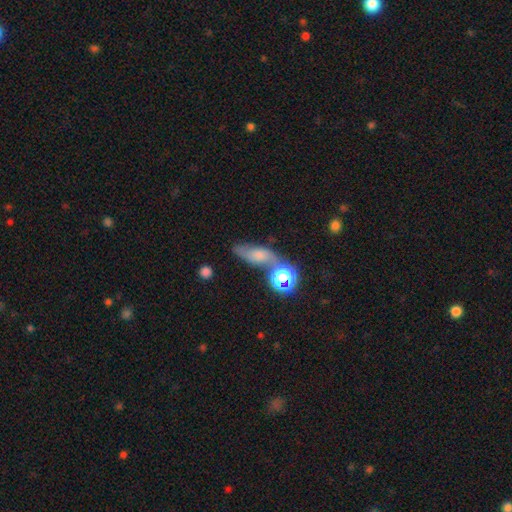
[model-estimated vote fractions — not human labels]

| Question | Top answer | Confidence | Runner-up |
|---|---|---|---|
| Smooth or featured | smooth | 42% | featured or disk (39%) |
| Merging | none | 46% | merger (23%) |